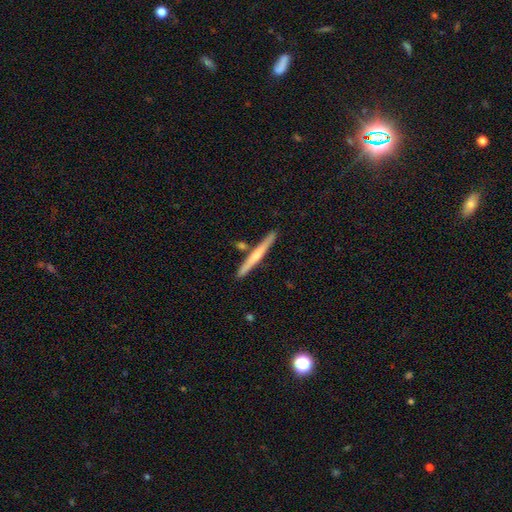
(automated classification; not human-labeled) This appears to be a smooth galaxy with no disk features (49%). Merging: none (83%).